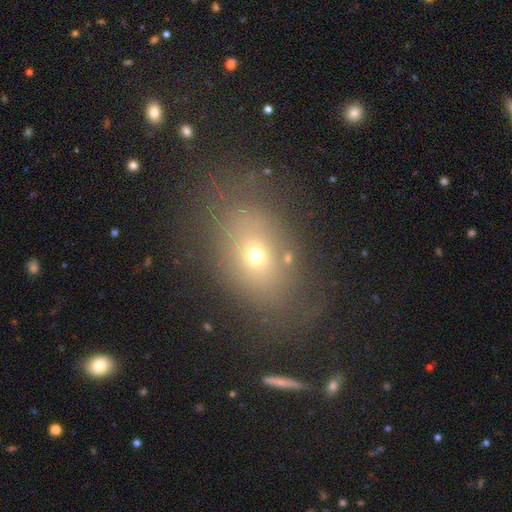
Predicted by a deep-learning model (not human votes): Overall: smooth (61%). How rounded: in between (68%; round 30%). Merging: none (71%).